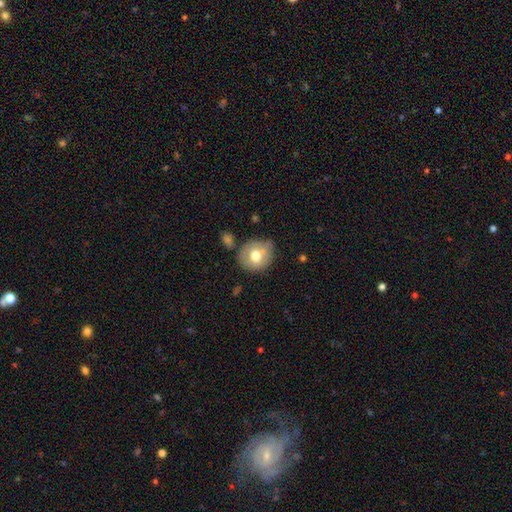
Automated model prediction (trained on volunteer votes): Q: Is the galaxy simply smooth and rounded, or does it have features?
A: smooth — 66%.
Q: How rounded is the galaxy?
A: round — 79%.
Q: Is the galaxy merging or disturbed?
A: none — 62%.